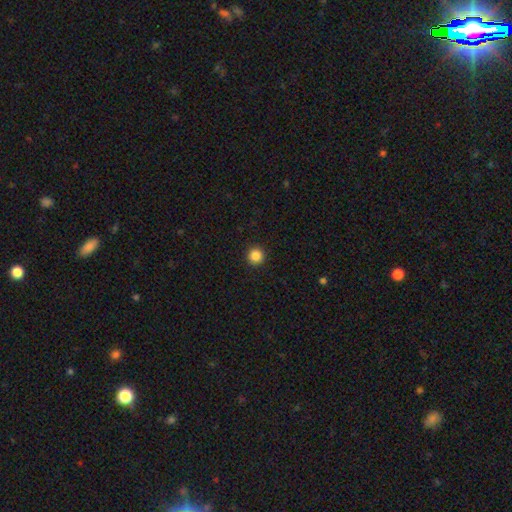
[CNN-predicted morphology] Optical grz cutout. It shows a smooth galaxy with no disk features (86%) that is round (96%). Merging: none (94%).